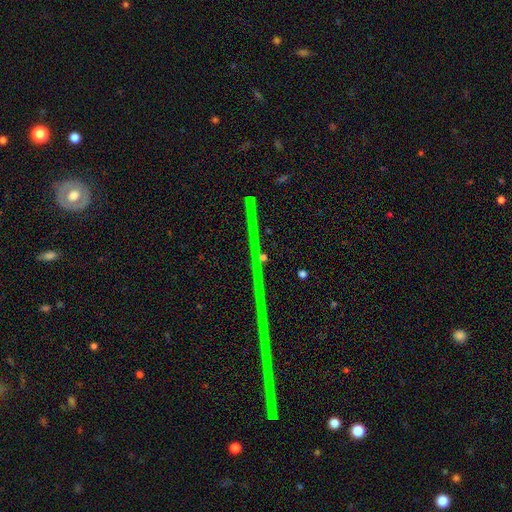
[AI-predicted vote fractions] star or artifact 78%, featured or disk 14%, smooth 8%.